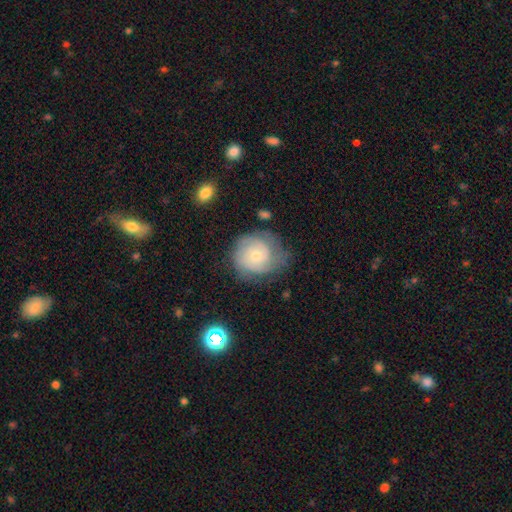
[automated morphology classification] smooth-or-featured: featured or disk: 59% | smooth: 33% | star or artifact: 7%
  disk-edge-on: no: 98% | yes: 2%
    bar: no: 78% | weak: 20% | strong: 3%
    has-spiral-arms: yes: 87% | no: 13%
      spiral-winding: tight: 63% | medium: 29% | loose: 8%
      spiral-arm-count: can't tell: 39% | 2: 27% | 3: 19% | 4: 6% | 1: 5% | more than 4: 4%
    bulge-size: small: 64% | moderate: 31% | large: 2% | none: 2% | dominant: 1%
  merging: none: 61% | minor disturbance: 25% | major disturbance: 12% | merger: 2%